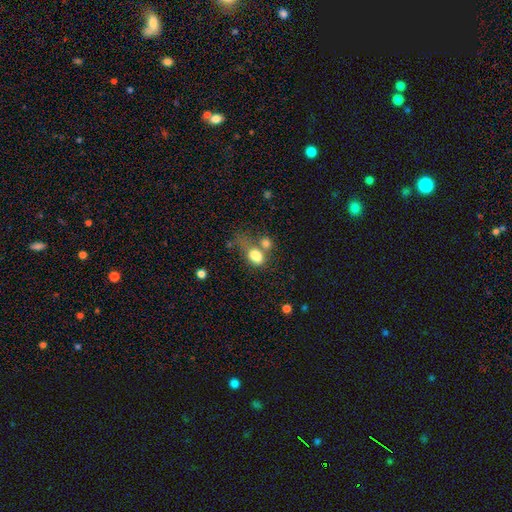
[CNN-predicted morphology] Smooth or featured: smooth — 79% (star or artifact — 10%)
How rounded: in between — 73% (round — 25%)
Merging: merger — 38% (none — 31%)